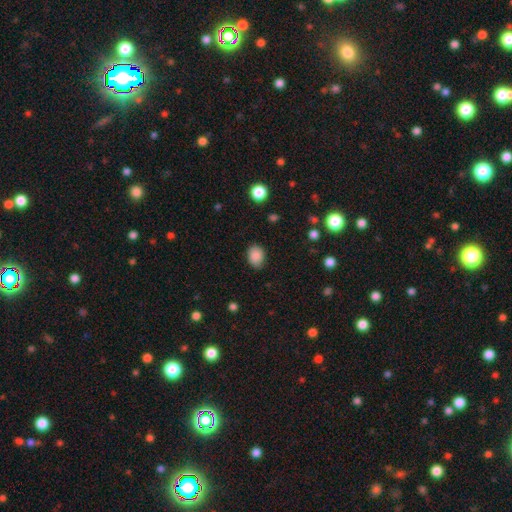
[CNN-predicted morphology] smooth_or_featured: smooth (p=0.87) [alt: star or artifact p=0.09]
how_rounded: in between (p=0.61) [alt: round p=0.38]
merging: none (p=0.82) [alt: minor disturbance p=0.14]